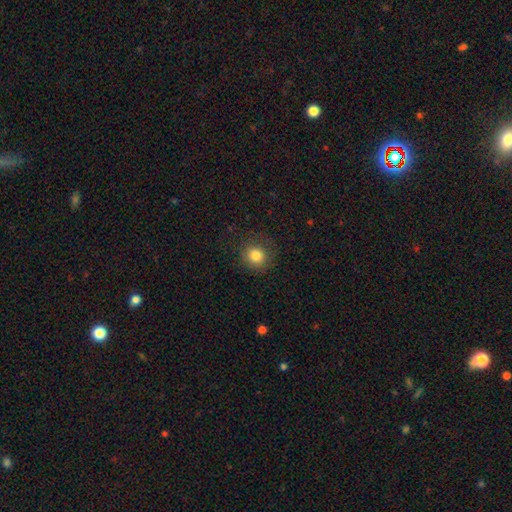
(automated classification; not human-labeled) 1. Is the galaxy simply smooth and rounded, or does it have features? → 82% smooth, 11% star or artifact, 7% featured or disk.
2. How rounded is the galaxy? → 90% round, 9% in between, 1% cigar-shaped.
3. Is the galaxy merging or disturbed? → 84% none, 11% minor disturbance, 5% major disturbance, 1% merger.